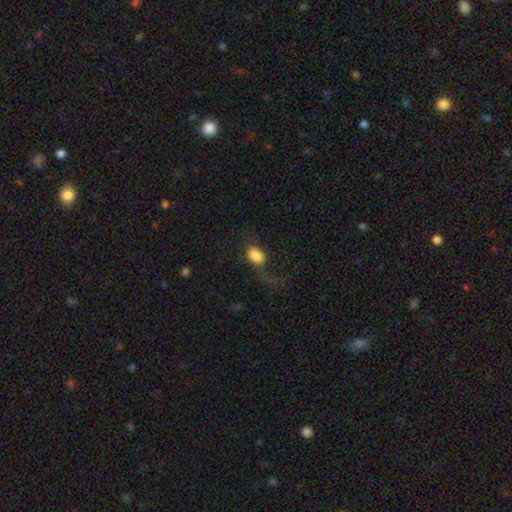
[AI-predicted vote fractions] This is clearly a smooth galaxy (81%). How rounded: clearly in between (81%). Merging: marginally none (39%).